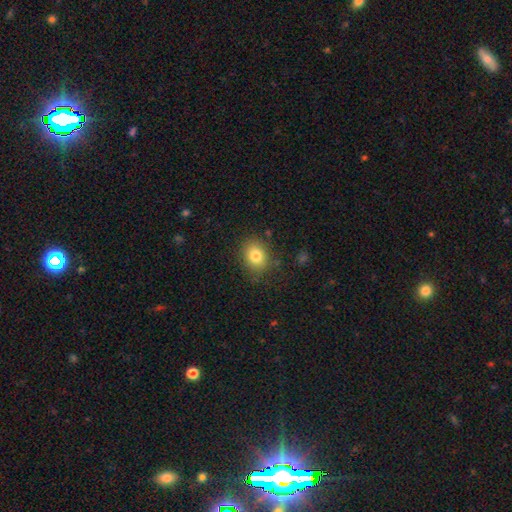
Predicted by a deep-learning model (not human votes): A smooth galaxy with no disk features (81%) that is in between round and cigar-shaped (50%). Merging: none (83%).